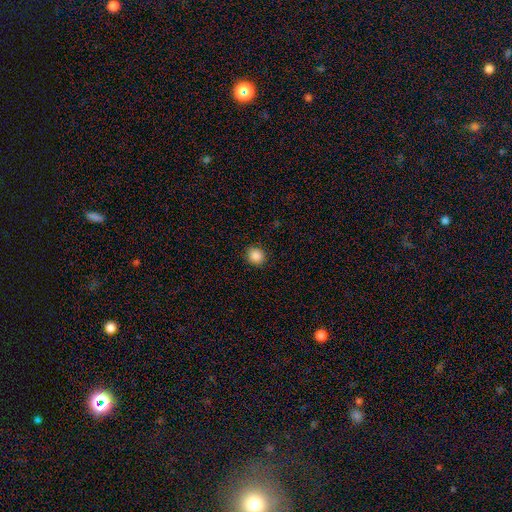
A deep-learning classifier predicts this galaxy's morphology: type=smooth (88%); roundness=round (88%); merging=none (91%).